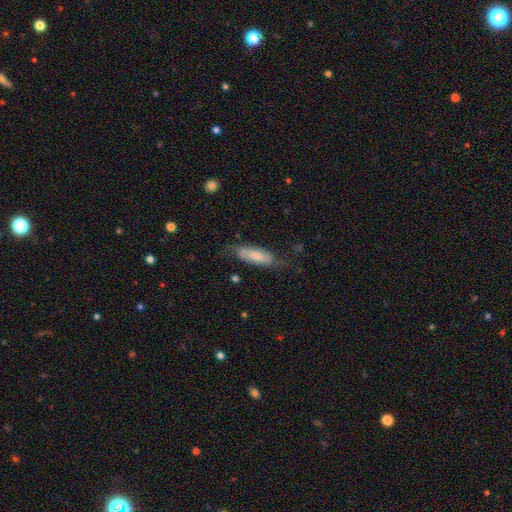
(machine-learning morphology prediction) Smooth or featured? smooth (56%)
How rounded? in between (59%)
Merging? none (59%)